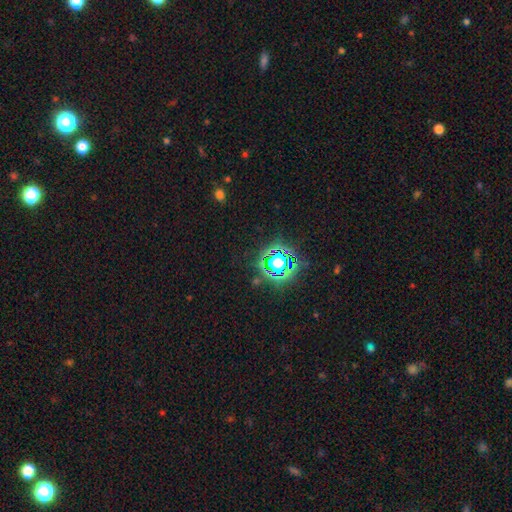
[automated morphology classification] smooth_or_featured: star or artifact (p=0.81) [alt: smooth p=0.12]